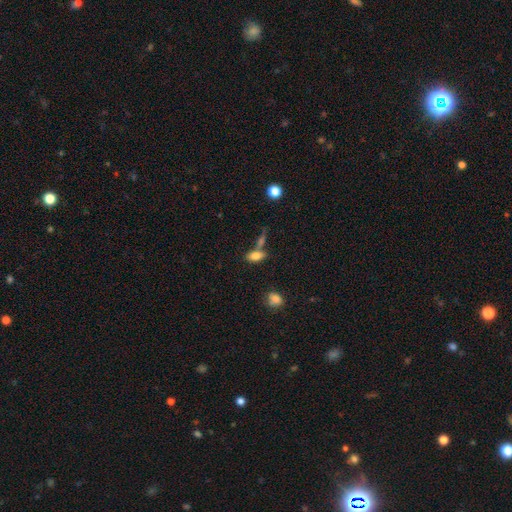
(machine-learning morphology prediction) smooth_or_featured: smooth (p=0.77) [alt: featured or disk p=0.13]
how_rounded: in between (p=0.83) [alt: cigar-shaped p=0.11]
merging: none (p=0.50) [alt: merger p=0.32]